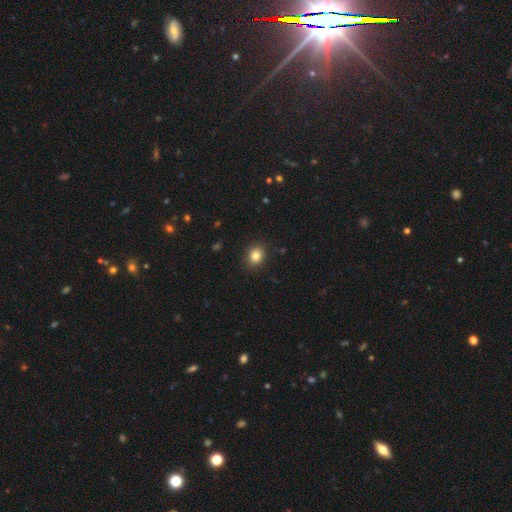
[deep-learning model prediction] Smooth or featured?
  - smooth: 83% *
  - star or artifact: 10%
  - featured or disk: 6%
How rounded?
  - in between: 50% *
  - round: 49%
  - cigar-shaped: 1%
Merging?
  - none: 89% *
  - minor disturbance: 8%
  - major disturbance: 2%
  - merger: 1%